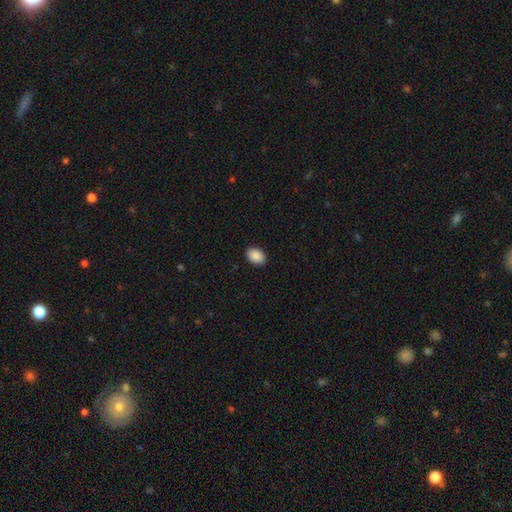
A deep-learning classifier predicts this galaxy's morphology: This appears to be a smooth galaxy with no disk features (90%) that is in between round and cigar-shaped (83%). Merging: none (90%).